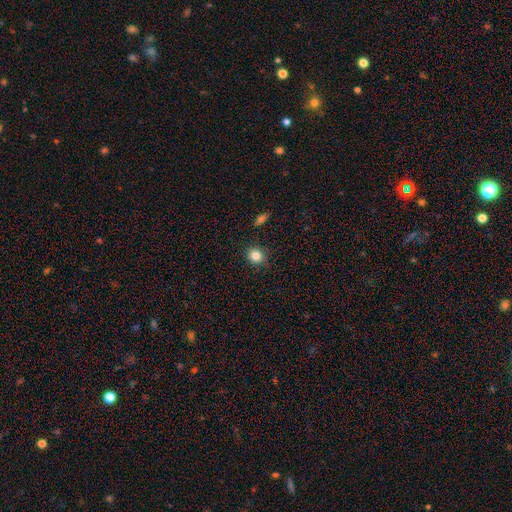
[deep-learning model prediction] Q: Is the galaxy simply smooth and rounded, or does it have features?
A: smooth — 84%.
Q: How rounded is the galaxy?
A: round — 77%.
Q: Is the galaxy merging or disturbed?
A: none — 87%.